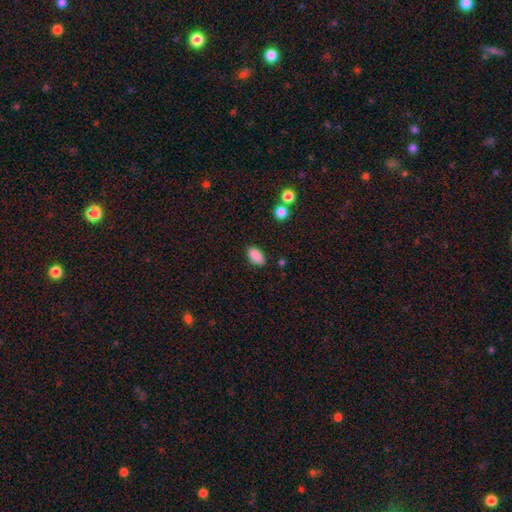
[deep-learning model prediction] Smooth or featured?
  - smooth: 88% *
  - star or artifact: 8%
  - featured or disk: 3%
How rounded?
  - in between: 93% *
  - round: 4%
  - cigar-shaped: 3%
Merging?
  - none: 86% *
  - minor disturbance: 10%
  - major disturbance: 2%
  - merger: 2%